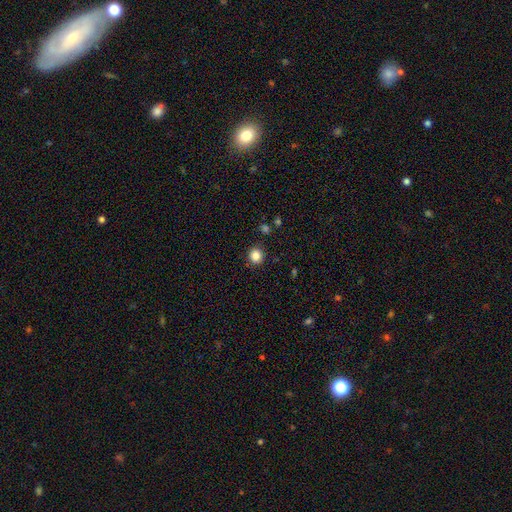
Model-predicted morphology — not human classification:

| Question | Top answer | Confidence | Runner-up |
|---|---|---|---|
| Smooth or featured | smooth | 84% | star or artifact (11%) |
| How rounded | round | 90% | in between (9%) |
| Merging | none | 91% | minor disturbance (6%) |